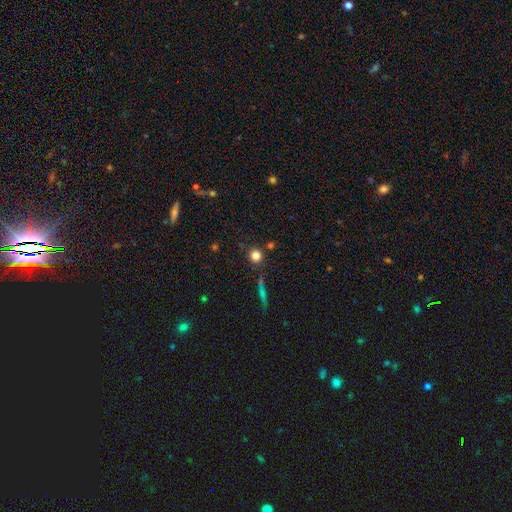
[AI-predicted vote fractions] Morphology: type=smooth (80%); roundness=round (91%); merging=none (81%).